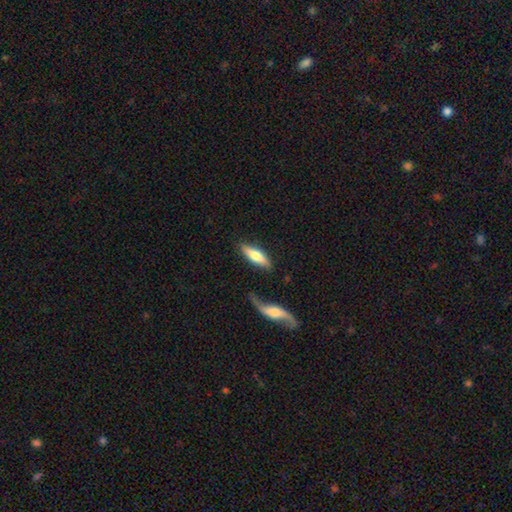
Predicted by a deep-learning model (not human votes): Morphology: type=smooth (63%); roundness=in between (52%); merging=none (74%).